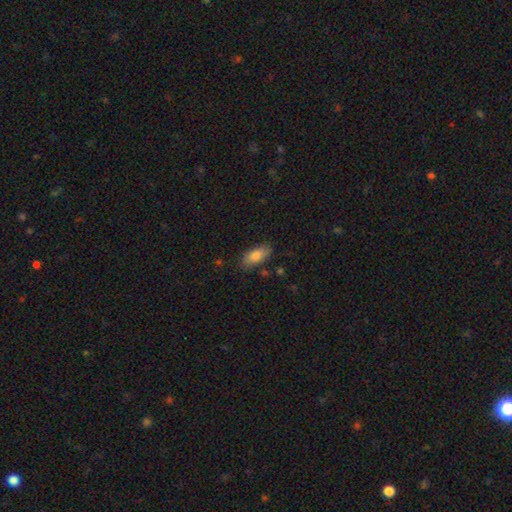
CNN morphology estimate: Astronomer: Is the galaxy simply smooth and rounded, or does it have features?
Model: smooth — 83%.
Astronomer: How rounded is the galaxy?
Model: in between — 88%.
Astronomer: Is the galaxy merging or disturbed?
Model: none — 80%.